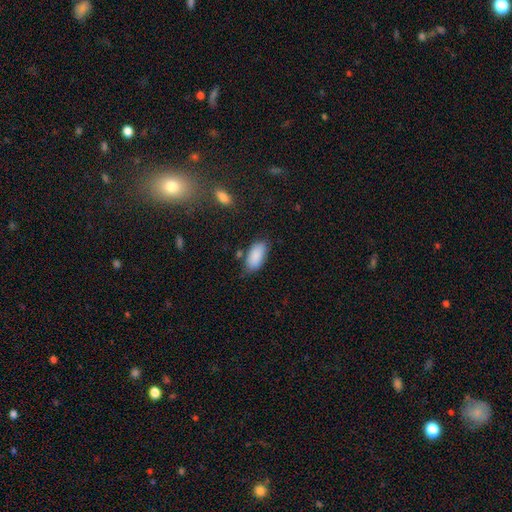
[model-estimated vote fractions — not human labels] smooth-or-featured: smooth: 89% | star or artifact: 7% | featured or disk: 4%
  how-rounded: in between: 92% | cigar-shaped: 5% | round: 2%
  merging: none: 73% | minor disturbance: 19% | major disturbance: 4% | merger: 4%